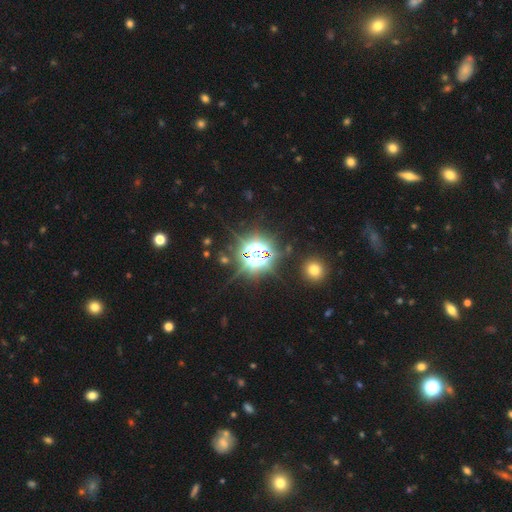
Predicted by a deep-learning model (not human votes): A star or artifact, not a galaxy (79%).